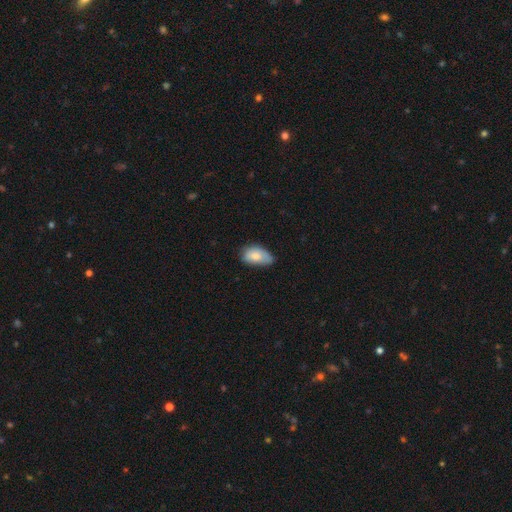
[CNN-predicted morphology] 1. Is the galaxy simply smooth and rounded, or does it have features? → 78% smooth, 15% featured or disk, 7% star or artifact.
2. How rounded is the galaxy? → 92% in between, 6% round, 2% cigar-shaped.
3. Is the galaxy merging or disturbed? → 45% none, 43% minor disturbance, 9% major disturbance, 2% merger.